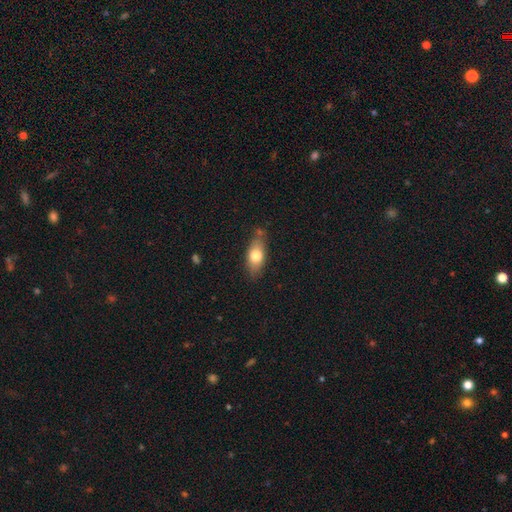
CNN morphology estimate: smooth_or_featured: smooth (p=0.71) [alt: featured or disk p=0.22]
how_rounded: in between (p=0.80) [alt: cigar-shaped p=0.13]
merging: none (p=0.75) [alt: minor disturbance p=0.18]